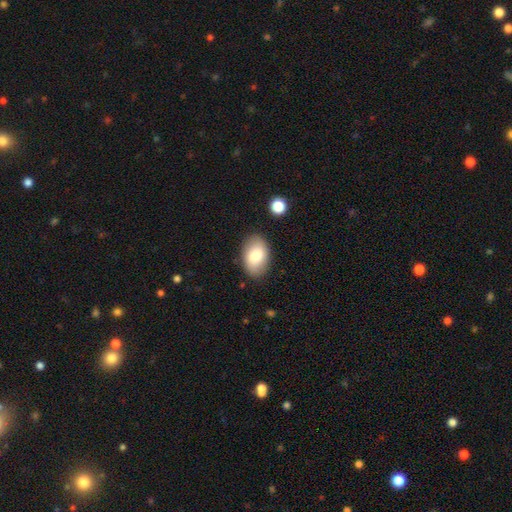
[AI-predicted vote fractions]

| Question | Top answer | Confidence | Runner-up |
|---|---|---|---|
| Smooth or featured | smooth | 81% | featured or disk (13%) |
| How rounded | in between | 91% | round (8%) |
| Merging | none | 85% | minor disturbance (10%) |